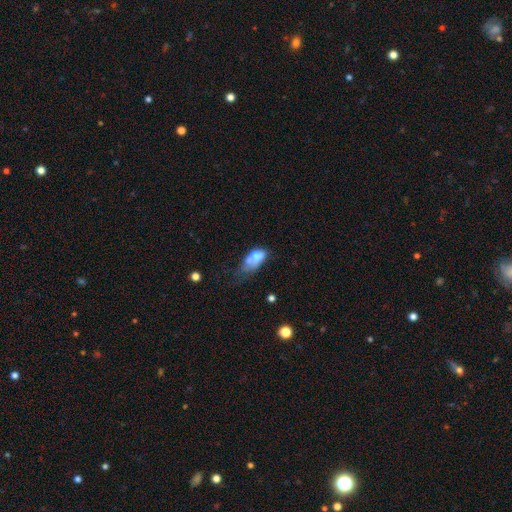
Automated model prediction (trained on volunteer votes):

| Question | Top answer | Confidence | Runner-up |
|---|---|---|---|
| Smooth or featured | smooth | 62% | featured or disk (29%) |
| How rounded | in between | 85% | round (10%) |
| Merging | major disturbance | 33% | merger (26%) |